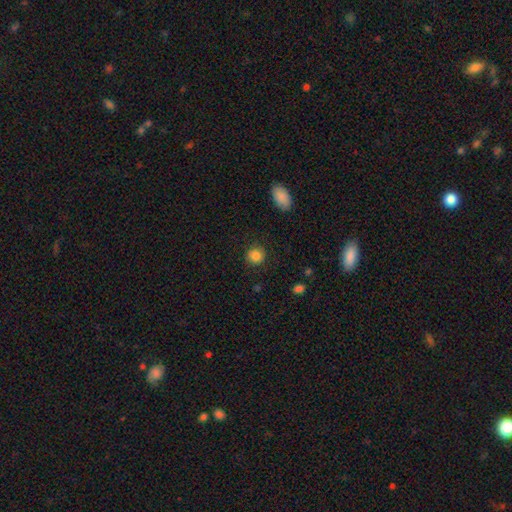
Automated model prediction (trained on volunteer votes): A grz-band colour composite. It shows a smooth galaxy with no disk features (86%) that is round (89%). Merging: none (87%).